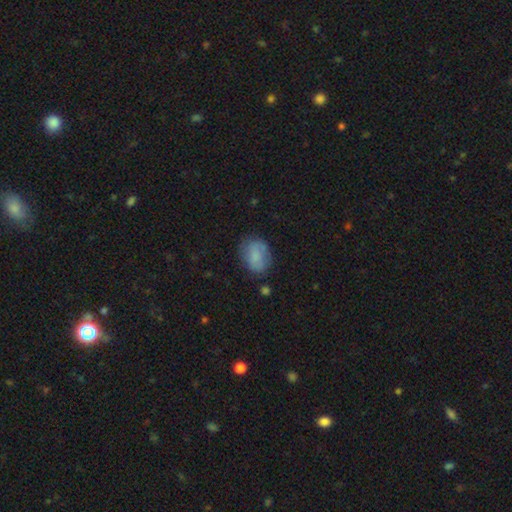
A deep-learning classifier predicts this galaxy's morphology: The model was most divided on "how rounded": in between: 63%, round: 36%, cigar-shaped: 1%. More confident: smooth or featured — smooth (77%); merging — none (67%).